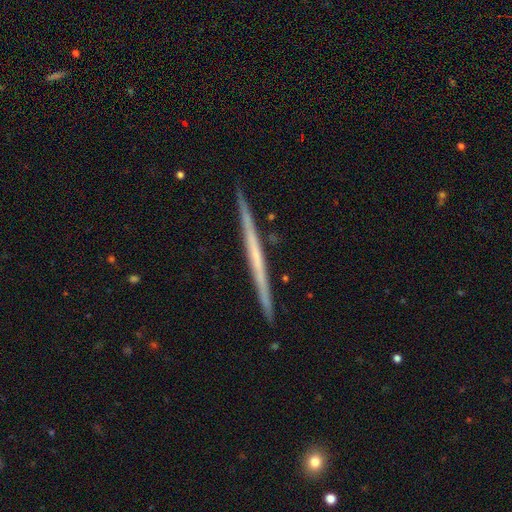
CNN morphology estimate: Smooth or featured? featured or disk (63%)
Edge-on disk? yes (98%)
Edge-on bulge? none (90%)
Merging? none (92%)